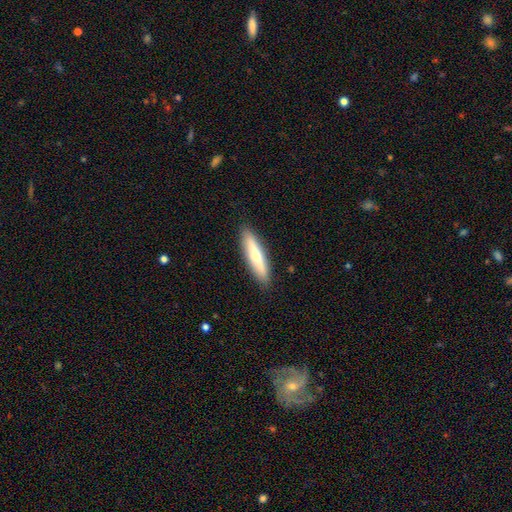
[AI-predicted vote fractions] smooth-or-featured: smooth: 53% | featured or disk: 41% | star or artifact: 6%
  how-rounded: cigar-shaped: 80% | in between: 18% | round: 2%
  merging: none: 90% | minor disturbance: 8% | major disturbance: 2% | merger: 1%